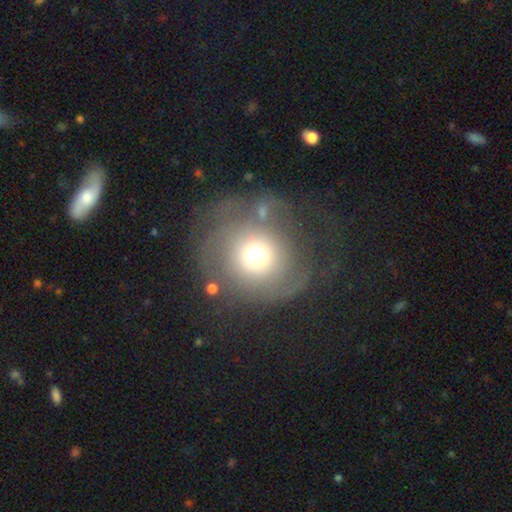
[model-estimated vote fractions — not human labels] A smooth galaxy with no disk features (50%) that is round (89%).

Vote fractions:
- Smooth or featured? smooth: 50% / featured or disk: 36% / star or artifact: 13%
- How rounded? round: 89% / in between: 10% / cigar-shaped: 1%
- Merging? none: 49% / major disturbance: 28% / minor disturbance: 17% / merger: 6%